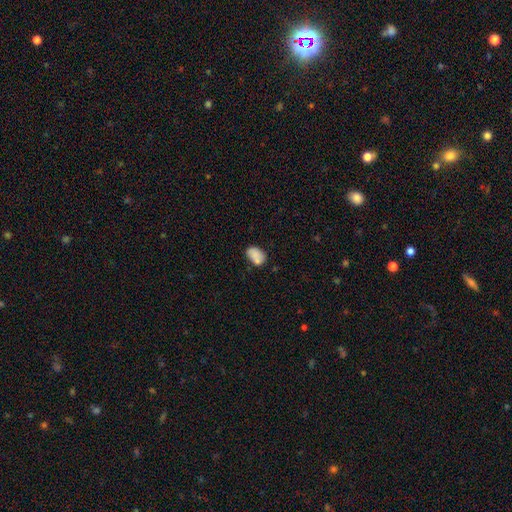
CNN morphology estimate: Smooth or featured? Predicted: smooth (p=0.80). How rounded? Predicted: in between (p=0.85). Merging? Predicted: none (p=0.56).